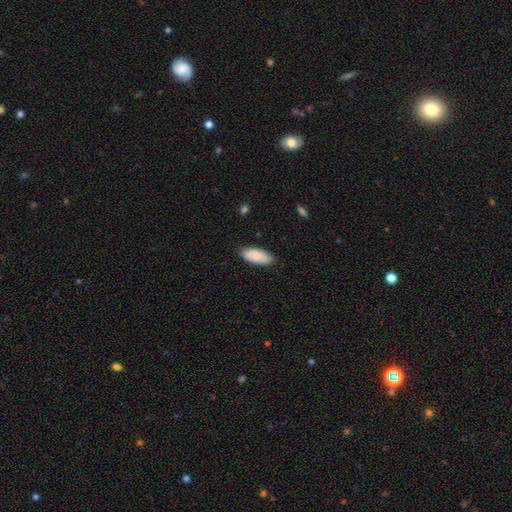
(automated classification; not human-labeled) smooth 87%, featured or disk 7%, star or artifact 6%. Down the decision tree: how rounded — in between (87%); merging — none (82%).